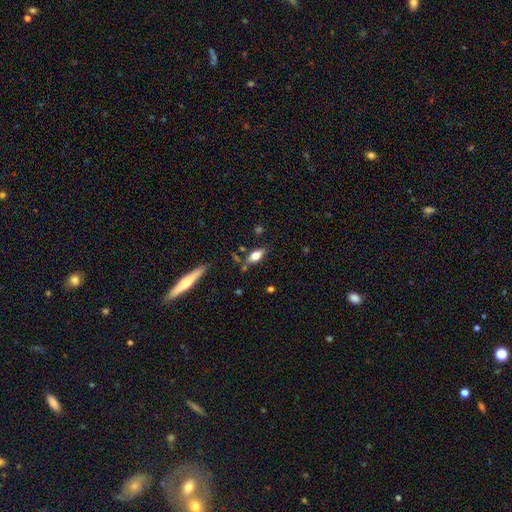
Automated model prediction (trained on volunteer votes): Smooth or featured: smooth — 64% (featured or disk — 28%)
How rounded: in between — 76% (cigar-shaped — 18%)
Merging: none — 73% (minor disturbance — 16%)